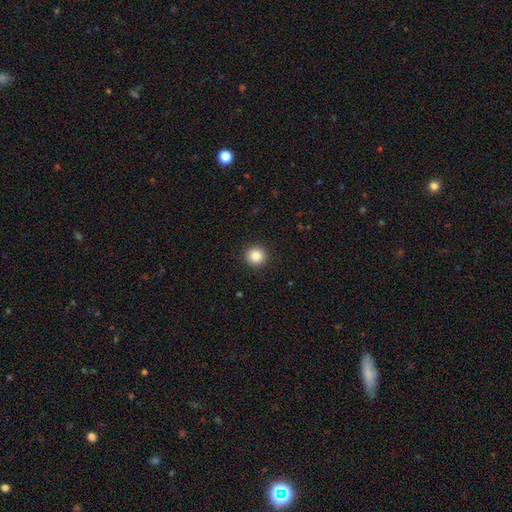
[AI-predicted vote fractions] The model was most divided on "smooth or featured": smooth: 86%, star or artifact: 10%, featured or disk: 4%. More confident: how rounded — round (94%); merging — none (93%).